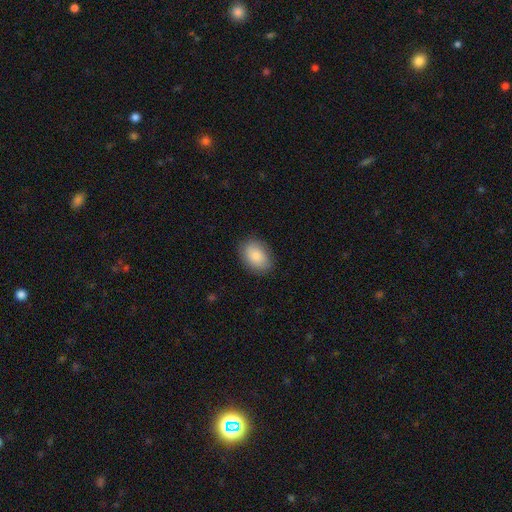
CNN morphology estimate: This appears to be a smooth galaxy with no disk features (87%) that is in between round and cigar-shaped (81%). Merging: none (84%).